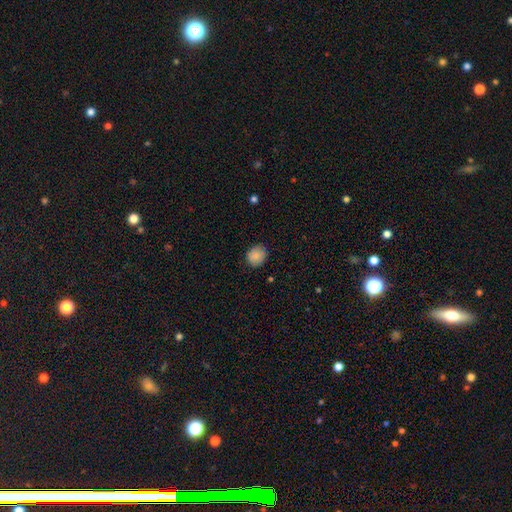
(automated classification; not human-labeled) Smooth or featured: smooth — 86% (star or artifact — 8%)
How rounded: round — 75% (in between — 24%)
Merging: none — 82% (minor disturbance — 14%)